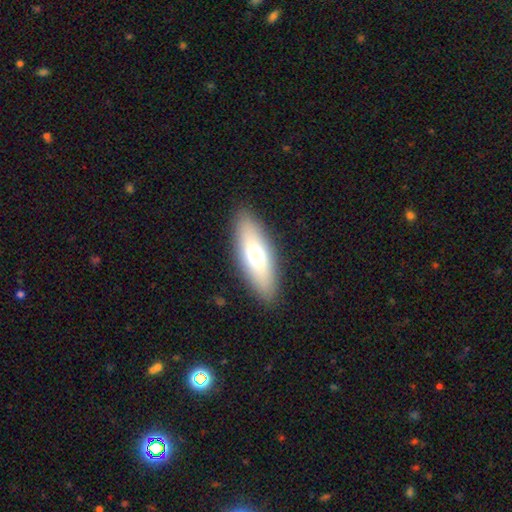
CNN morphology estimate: Smooth or featured?
  - smooth: 64% *
  - featured or disk: 29%
  - star or artifact: 7%
How rounded?
  - in between: 60% *
  - cigar-shaped: 37%
  - round: 3%
Merging?
  - none: 89% *
  - minor disturbance: 8%
  - major disturbance: 2%
  - merger: 1%